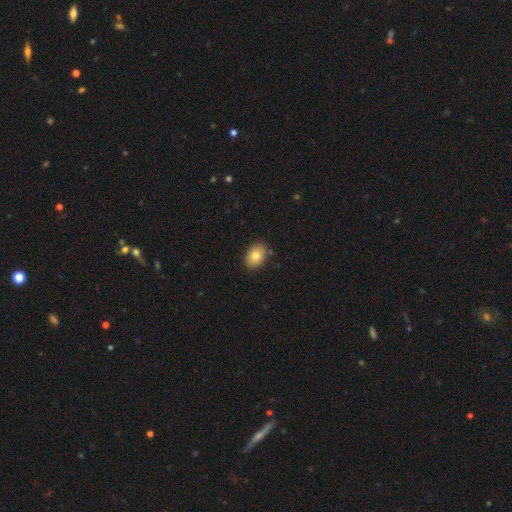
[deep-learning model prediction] Smooth or featured? Predicted: smooth (p=0.80). How rounded? Predicted: in between (p=0.77). Merging? Predicted: none (p=0.86).